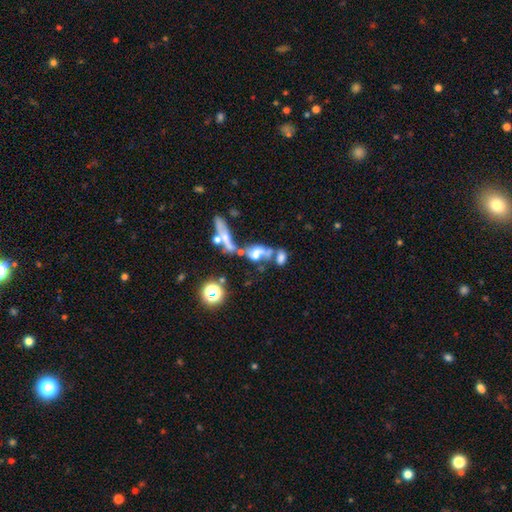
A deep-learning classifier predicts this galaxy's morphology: This appears to be a featured or disk galaxy (47%). Merging: merger (56%).